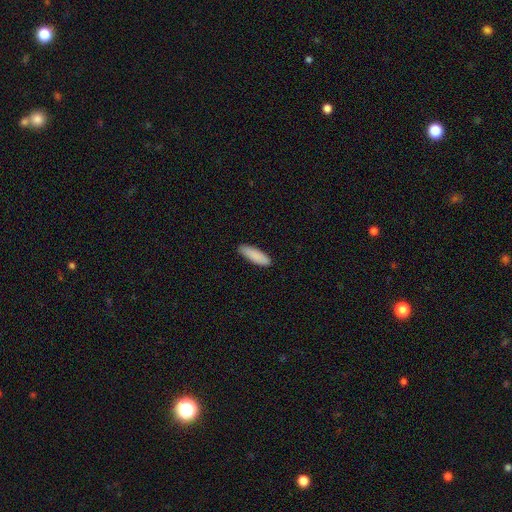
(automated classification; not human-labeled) This is clearly a smooth galaxy (89%). How rounded: possibly in between (51%). Merging: clearly none (87%).